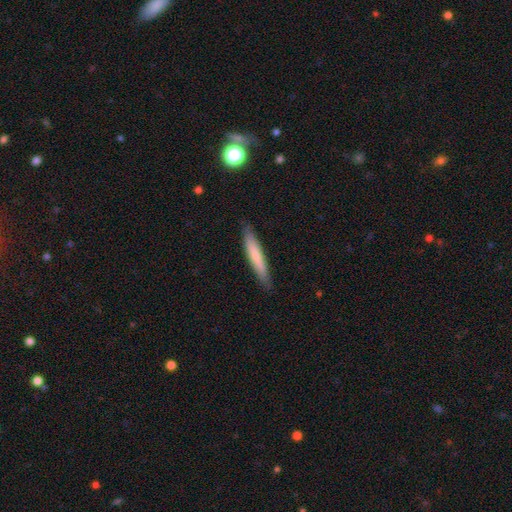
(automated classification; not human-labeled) Smooth or featured? Predicted: smooth (p=0.71). How rounded? Predicted: cigar-shaped (p=0.92). Merging? Predicted: none (p=0.87).